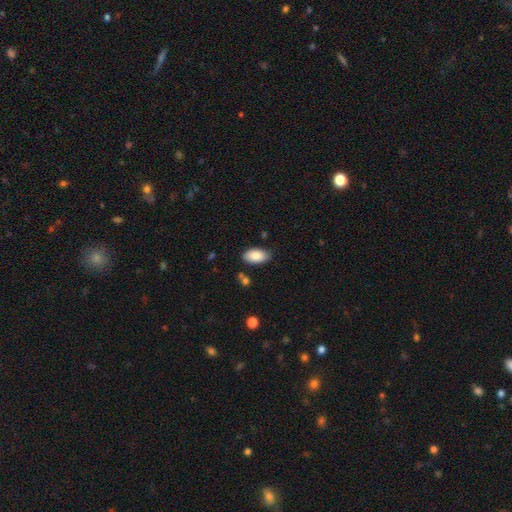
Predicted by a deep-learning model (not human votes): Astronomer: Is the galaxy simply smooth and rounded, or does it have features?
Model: smooth — 88%.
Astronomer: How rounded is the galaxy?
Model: in between — 95%.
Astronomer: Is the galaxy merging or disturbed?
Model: none — 81%.